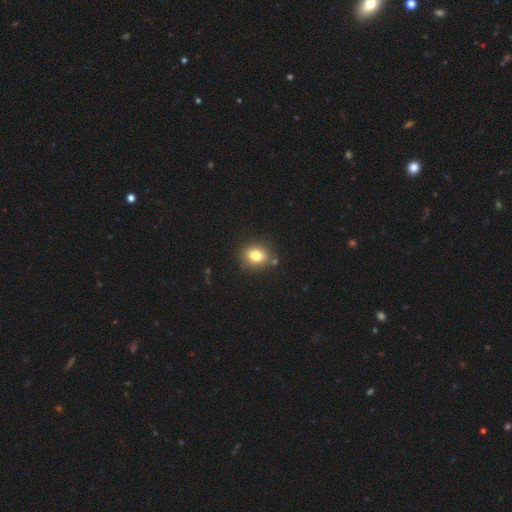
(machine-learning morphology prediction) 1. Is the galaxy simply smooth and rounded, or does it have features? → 80% smooth, 11% star or artifact, 9% featured or disk.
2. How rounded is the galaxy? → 55% round, 44% in between, 1% cigar-shaped.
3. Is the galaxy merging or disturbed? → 82% none, 10% minor disturbance, 5% merger, 3% major disturbance.